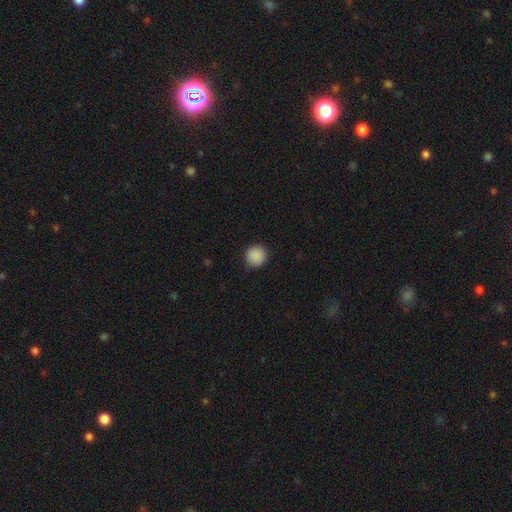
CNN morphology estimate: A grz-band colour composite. It shows a smooth galaxy with no disk features (90%) that is round (92%). Merging: none (88%).